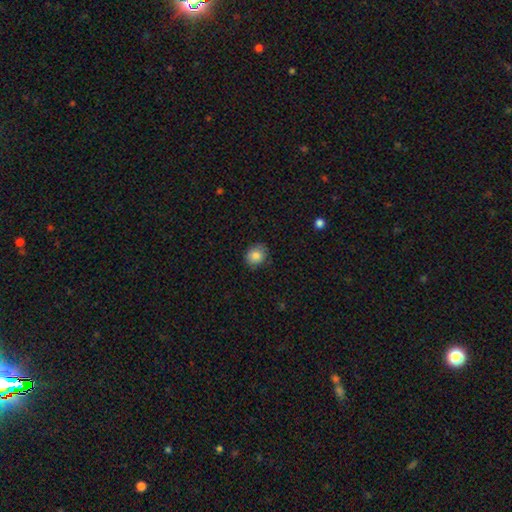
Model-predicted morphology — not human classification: smooth_or_featured: smooth (p=0.83) [alt: star or artifact p=0.09]
how_rounded: round (p=0.70) [alt: in between p=0.29]
merging: none (p=0.83) [alt: minor disturbance p=0.13]